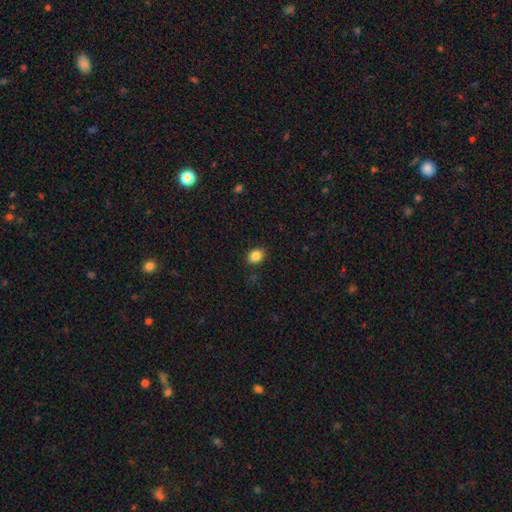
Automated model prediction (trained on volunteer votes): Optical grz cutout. It shows a smooth galaxy with no disk features (86%) that is round (50%). Merging: none (88%).